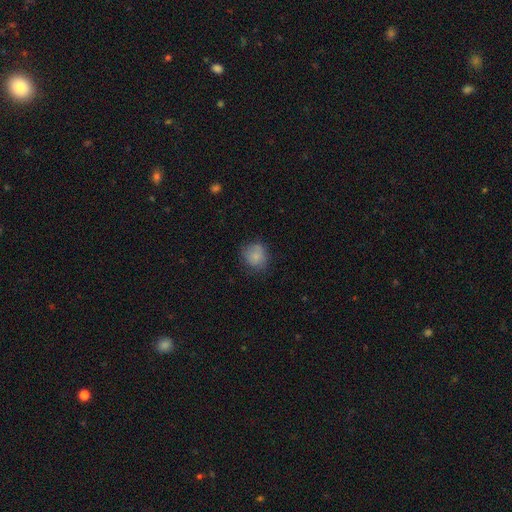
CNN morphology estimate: smooth 81%, featured or disk 10%, star or artifact 9%. Down the decision tree: how rounded — round (81%); merging — none (70%).